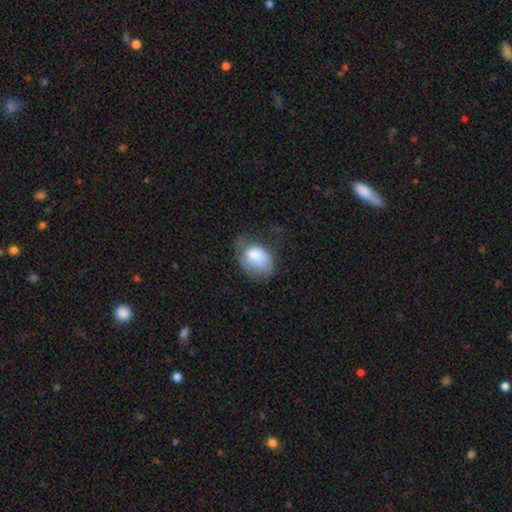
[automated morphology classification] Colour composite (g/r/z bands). It shows a smooth galaxy with no disk features (76%) that is in between round and cigar-shaped (73%). Merging: none (34%, tied with minor disturbance).